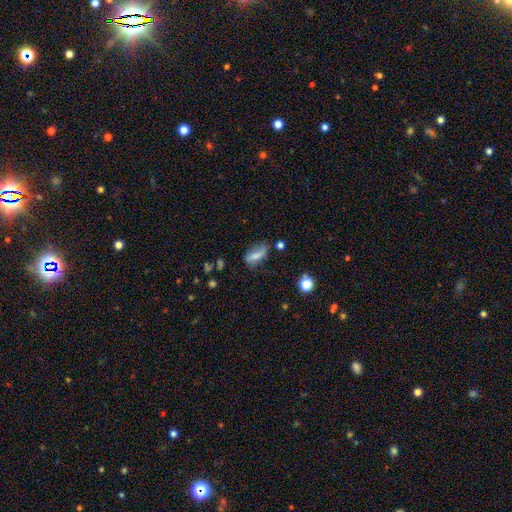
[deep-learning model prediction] smooth-or-featured: smooth: 63% | featured or disk: 26% | star or artifact: 10%
  how-rounded: in between: 81% | cigar-shaped: 13% | round: 6%
  merging: none: 50% | minor disturbance: 31% | major disturbance: 14% | merger: 5%